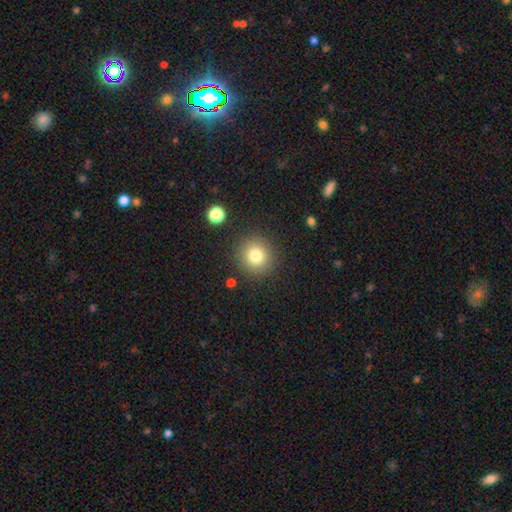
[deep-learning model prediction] smooth_or_featured: smooth (p=0.79) [alt: star or artifact p=0.12]
how_rounded: round (p=0.93) [alt: in between p=0.06]
merging: none (p=0.88) [alt: minor disturbance p=0.07]